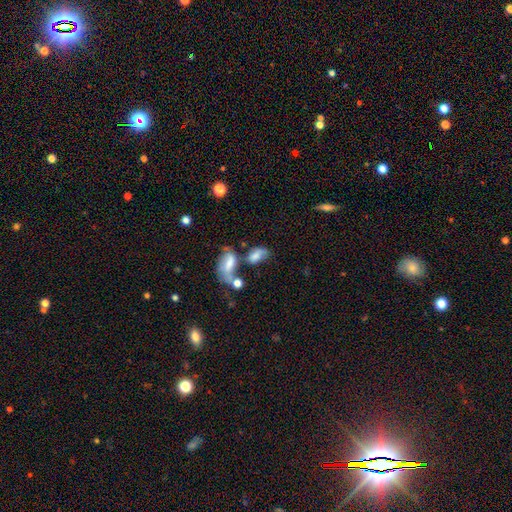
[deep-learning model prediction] smooth-or-featured: smooth: 65% | featured or disk: 24% | star or artifact: 11%
  how-rounded: in between: 89% | round: 7% | cigar-shaped: 4%
  merging: merger: 38% | none: 26% | minor disturbance: 19% | major disturbance: 17%